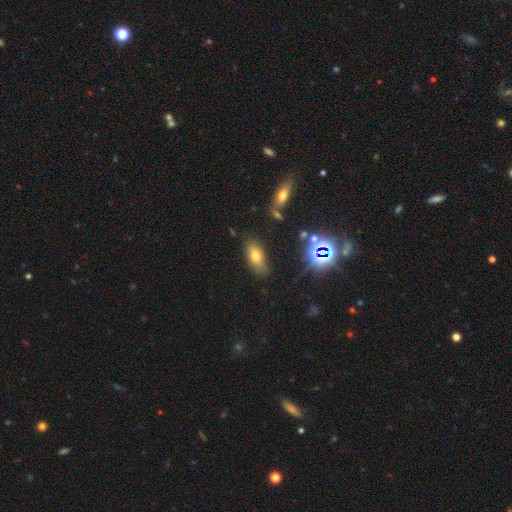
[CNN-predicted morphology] type=smooth (68%); roundness=in between (81%); merging=none (74%).